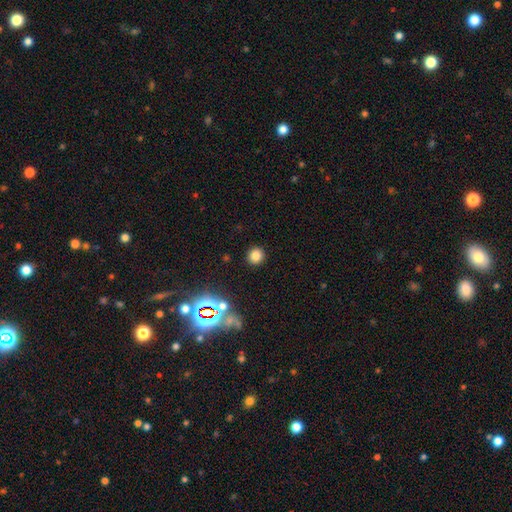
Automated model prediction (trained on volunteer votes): Morphology: type=smooth (79%); roundness=round (90%); merging=none (90%).